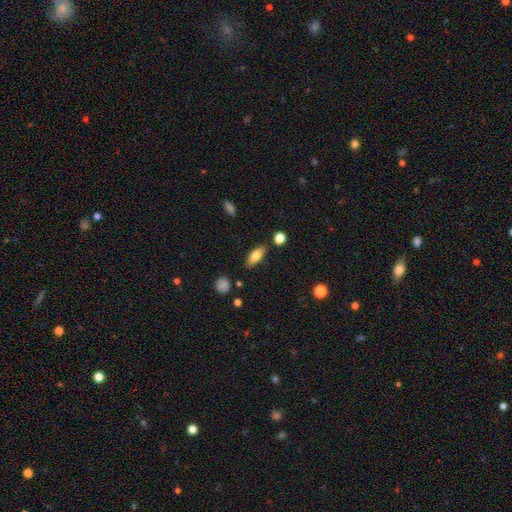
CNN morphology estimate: This appears to be a smooth galaxy with no disk features (72%) that is in between round and cigar-shaped (75%). Merging: none (82%).